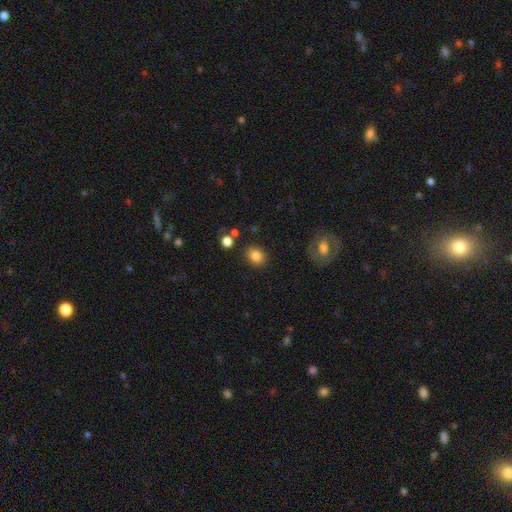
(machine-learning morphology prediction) Overall: smooth (84%). How rounded: round (54%; in between 45%). Merging: none (85%).